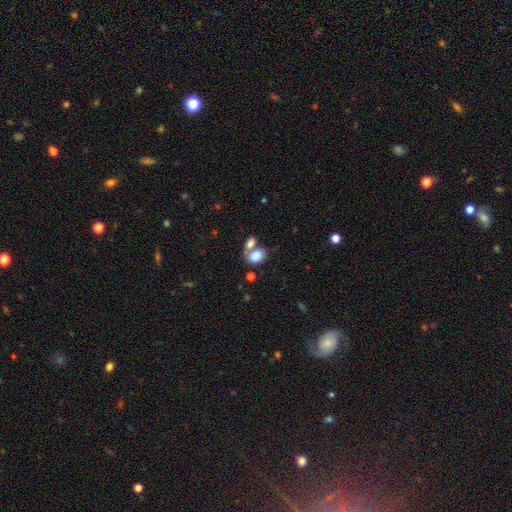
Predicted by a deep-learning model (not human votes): The model was most divided on "merging": merger: 56%, none: 28%, minor disturbance: 10%, major disturbance: 6%. More confident: smooth or featured — smooth (81%); how rounded — in between (79%).